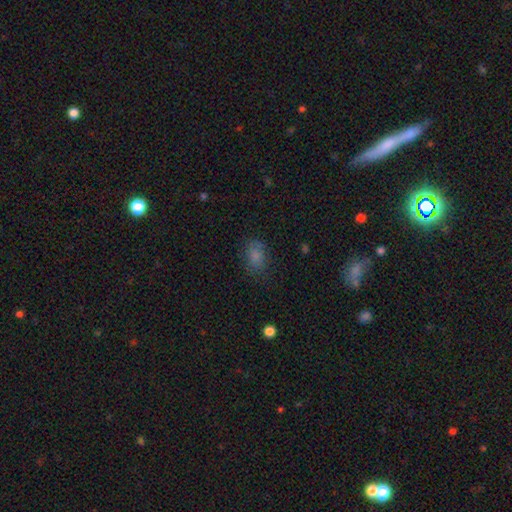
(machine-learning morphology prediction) Smooth or featured?
  - smooth: 79% *
  - star or artifact: 13%
  - featured or disk: 8%
How rounded?
  - in between: 78% *
  - round: 21%
  - cigar-shaped: 2%
Merging?
  - none: 72% *
  - minor disturbance: 19%
  - major disturbance: 7%
  - merger: 2%